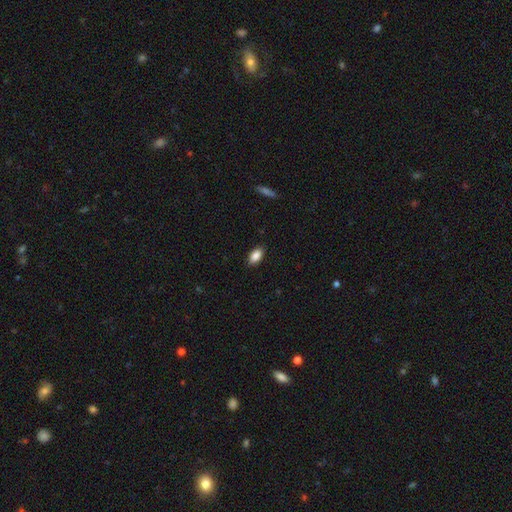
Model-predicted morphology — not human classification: Smooth or featured: smooth — 88% (star or artifact — 8%)
How rounded: in between — 91% (round — 5%)
Merging: none — 88% (minor disturbance — 9%)